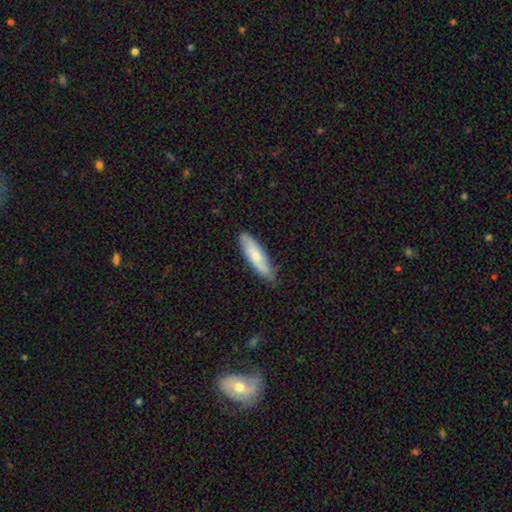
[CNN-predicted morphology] smooth-or-featured: smooth: 69% | featured or disk: 25% | star or artifact: 5%
  how-rounded: cigar-shaped: 66% | in between: 32% | round: 2%
  merging: none: 80% | minor disturbance: 17% | major disturbance: 2% | merger: 1%